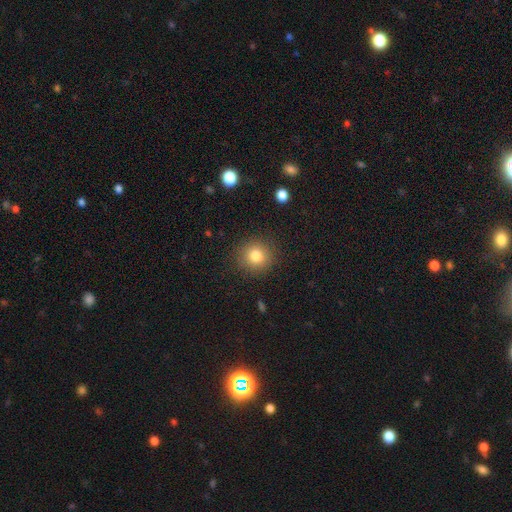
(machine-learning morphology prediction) Smooth or featured? Predicted: smooth (p=0.81). How rounded? Predicted: round (p=0.91). Merging? Predicted: none (p=0.89).